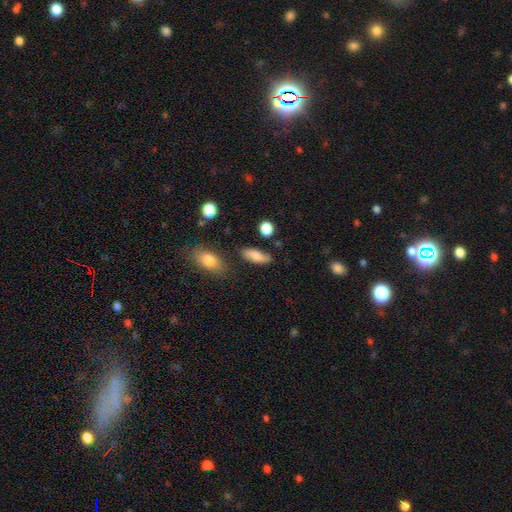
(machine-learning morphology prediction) smooth_or_featured: smooth (p=0.78) [alt: featured or disk p=0.14]
how_rounded: in between (p=0.76) [alt: cigar-shaped p=0.20]
merging: none (p=0.76) [alt: minor disturbance p=0.16]